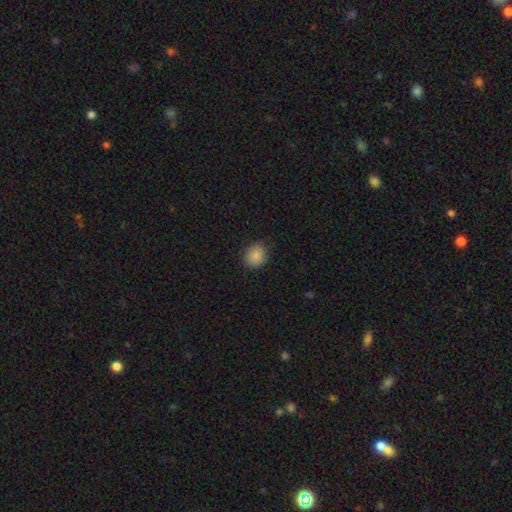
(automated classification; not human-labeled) This is clearly a smooth galaxy (86%). How rounded: likely round (66%). Merging: clearly none (83%).